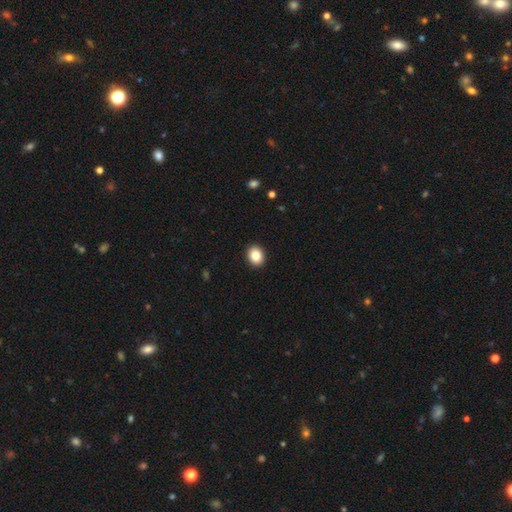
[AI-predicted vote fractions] Smooth or featured? smooth (85%)
How rounded? round (59%)
Merging? none (92%)